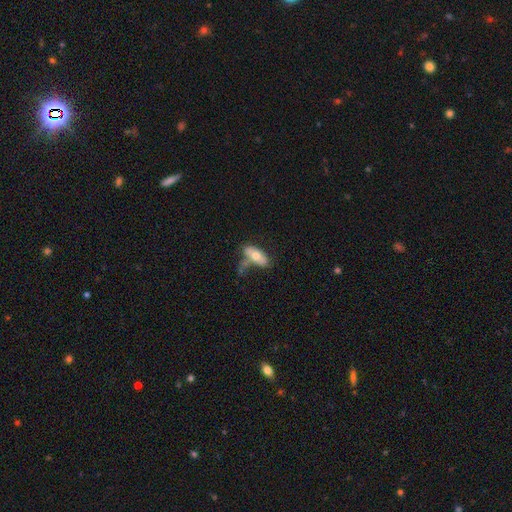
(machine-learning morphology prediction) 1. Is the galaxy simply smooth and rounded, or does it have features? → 60% smooth, 33% featured or disk, 7% star or artifact.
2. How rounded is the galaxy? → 82% in between, 15% cigar-shaped, 3% round.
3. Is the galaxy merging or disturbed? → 39% none, 26% minor disturbance, 19% merger, 17% major disturbance.